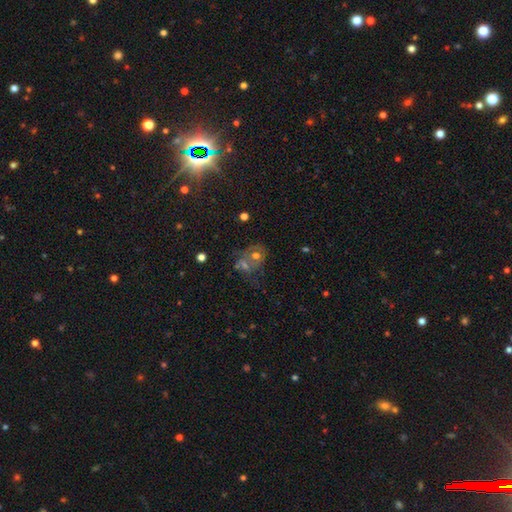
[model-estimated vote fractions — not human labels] This is marginally a featured or disk galaxy (39%). Merging: marginally none (40%).